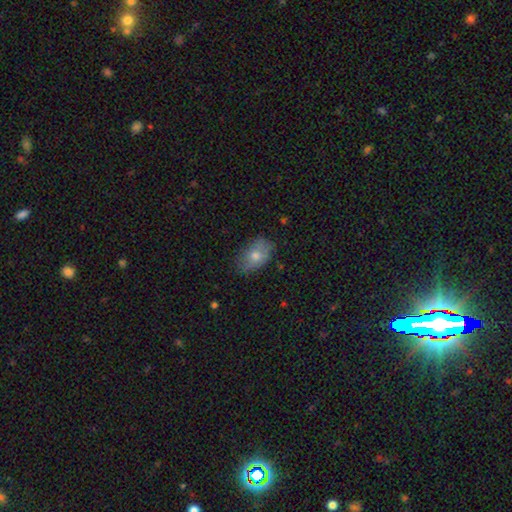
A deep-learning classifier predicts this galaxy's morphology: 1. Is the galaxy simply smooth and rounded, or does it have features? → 70% smooth, 21% featured or disk, 9% star or artifact.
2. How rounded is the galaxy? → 87% in between, 11% round, 2% cigar-shaped.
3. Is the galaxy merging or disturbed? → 72% none, 22% minor disturbance, 5% major disturbance, 1% merger.